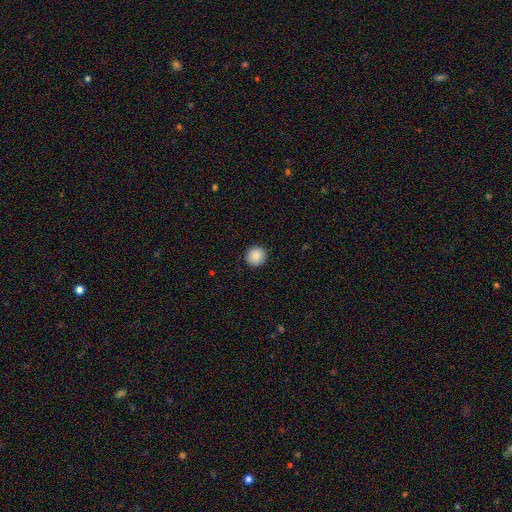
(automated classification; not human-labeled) Smooth or featured? smooth (87%)
How rounded? round (92%)
Merging? none (91%)